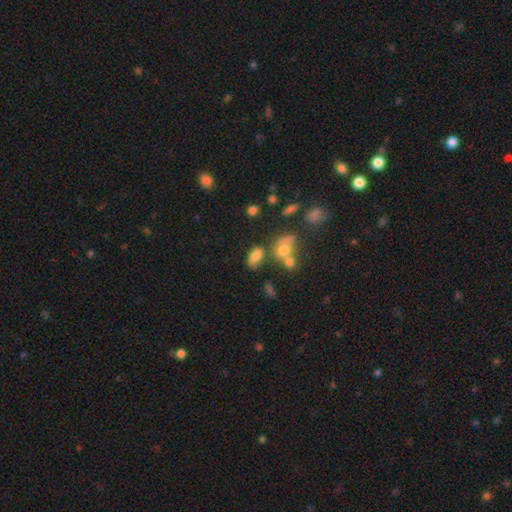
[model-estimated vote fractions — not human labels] This is likely a smooth galaxy (77%). How rounded: clearly in between (88%). Merging: possibly none (56%).